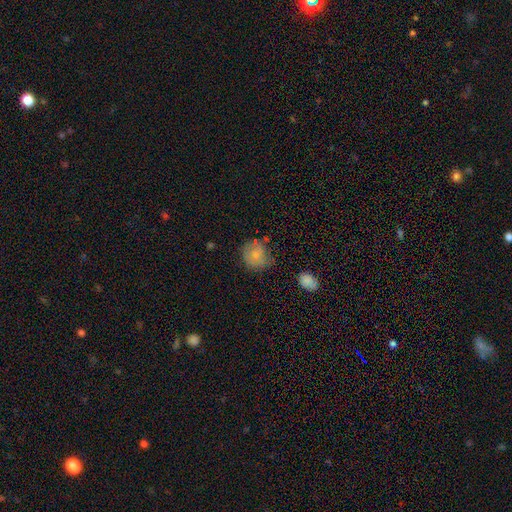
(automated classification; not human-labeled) smooth_or_featured: smooth (p=0.75) [alt: featured or disk p=0.16]
how_rounded: round (p=0.80) [alt: in between p=0.19]
merging: none (p=0.61) [alt: minor disturbance p=0.26]